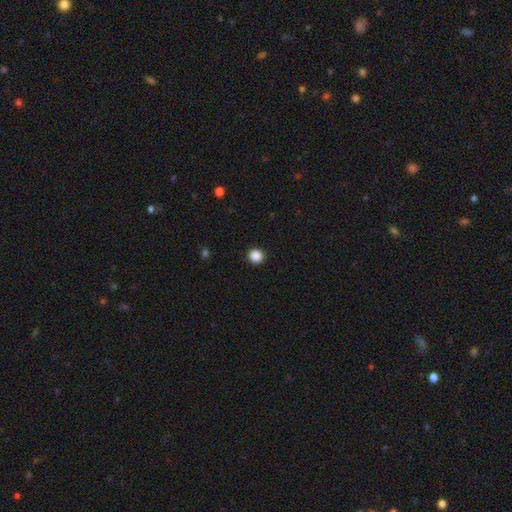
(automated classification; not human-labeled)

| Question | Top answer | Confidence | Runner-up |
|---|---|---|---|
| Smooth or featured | smooth | 88% | star or artifact (10%) |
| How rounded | round | 93% | in between (6%) |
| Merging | none | 93% | minor disturbance (5%) |